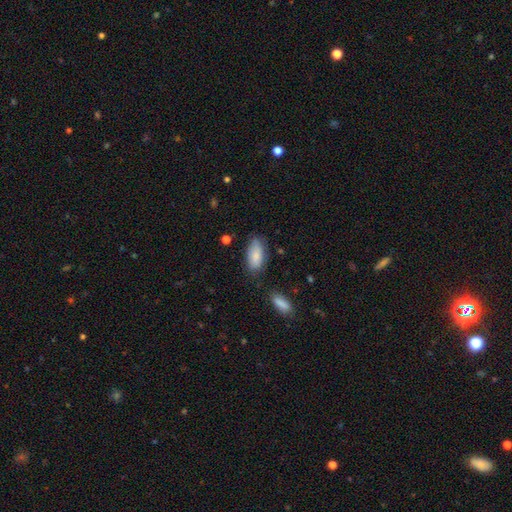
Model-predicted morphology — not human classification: Smooth or featured? Predicted: smooth (p=0.83). How rounded? Predicted: in between (p=0.89). Merging? Predicted: none (p=0.69).